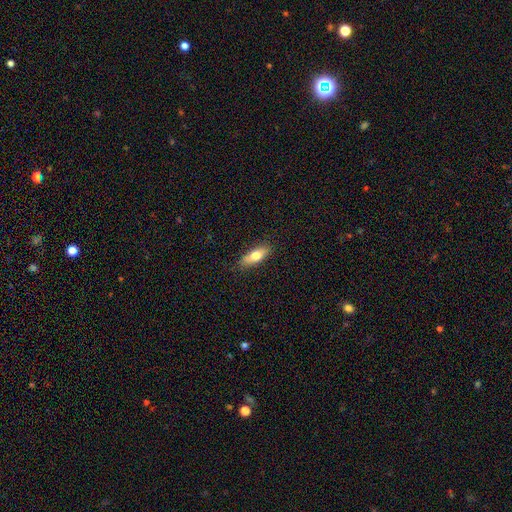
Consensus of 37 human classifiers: smooth 59%, featured or disk 35%, star or artifact 5%. Down the decision tree: how rounded — in between (82%); merging — none (89%).